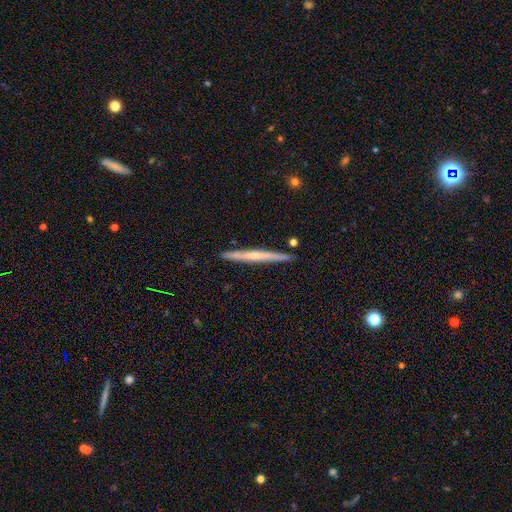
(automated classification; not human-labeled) A featured or disk galaxy (57%) viewed edge-on (97%) with no central bulge (59%). Merging: none (90%).